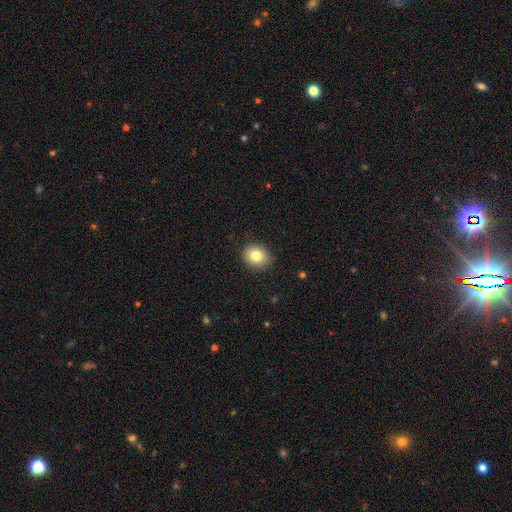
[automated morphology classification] smooth-or-featured: smooth: 82% | star or artifact: 10% | featured or disk: 9%
  how-rounded: round: 67% | in between: 33% | cigar-shaped: 1%
  merging: none: 88% | minor disturbance: 9% | major disturbance: 2% | merger: 1%